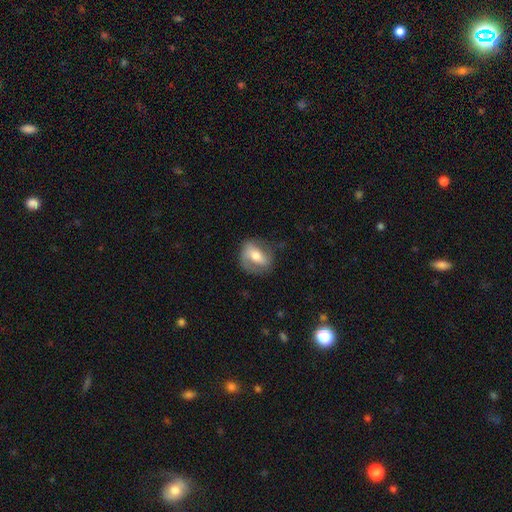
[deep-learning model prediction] featured or disk 53%, smooth 40%, star or artifact 7%. Down the decision tree: edge-on disk — no (93%); merging — none (66%).